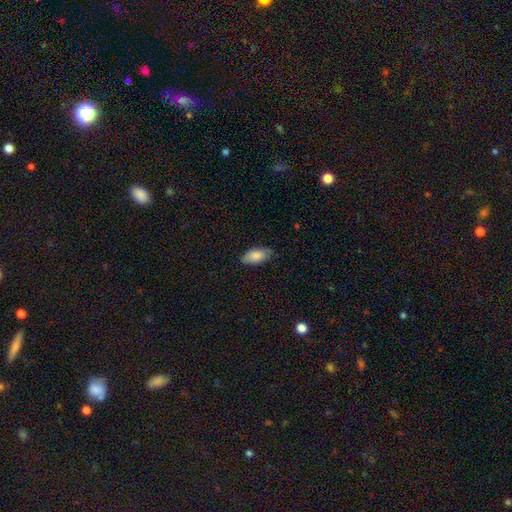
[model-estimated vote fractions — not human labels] Smooth or featured?
  - smooth: 83% *
  - featured or disk: 11%
  - star or artifact: 6%
How rounded?
  - in between: 90% *
  - cigar-shaped: 7%
  - round: 2%
Merging?
  - none: 75% *
  - minor disturbance: 21%
  - major disturbance: 3%
  - merger: 1%